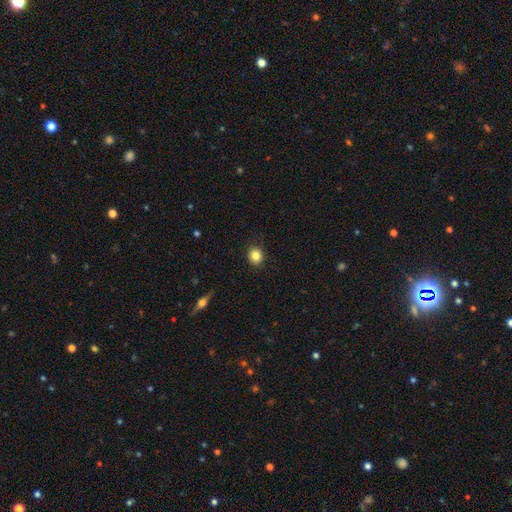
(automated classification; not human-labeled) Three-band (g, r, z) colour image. It shows a smooth galaxy with no disk features (84%) that is round (82%). Merging: none (90%).